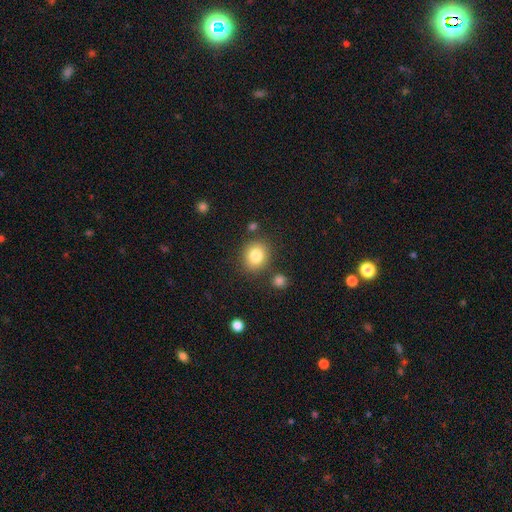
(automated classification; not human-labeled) Smooth or featured? smooth (83%)
How rounded? round (76%)
Merging? none (82%)